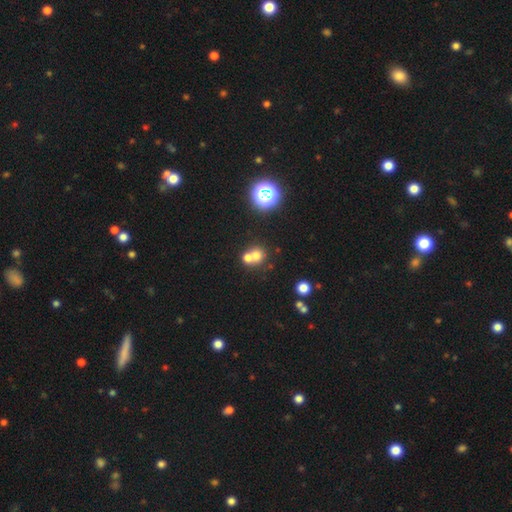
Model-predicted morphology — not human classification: smooth_or_featured: smooth (p=0.68) [alt: star or artifact p=0.18]
how_rounded: round (p=0.81) [alt: in between p=0.18]
merging: merger (p=0.55) [alt: none p=0.37]